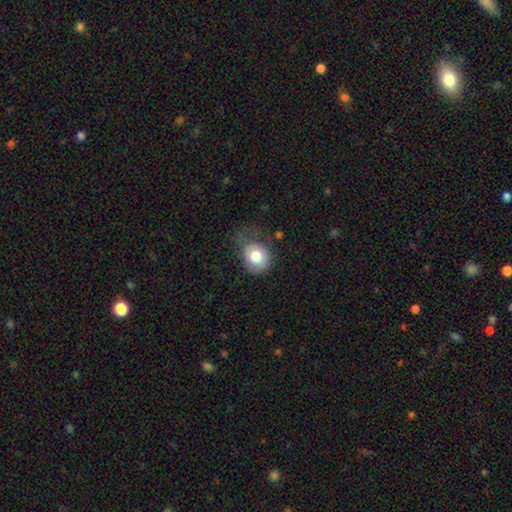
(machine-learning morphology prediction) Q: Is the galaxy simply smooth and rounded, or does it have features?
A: smooth — 78%.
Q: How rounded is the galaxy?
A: round — 66%.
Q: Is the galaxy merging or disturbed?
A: none — 44%.